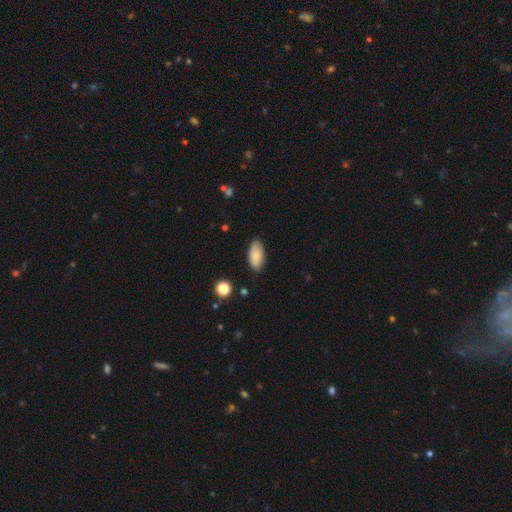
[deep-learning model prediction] smooth_or_featured: smooth (p=0.83) [alt: featured or disk p=0.10]
how_rounded: in between (p=0.93) [alt: cigar-shaped p=0.04]
merging: none (p=0.85) [alt: minor disturbance p=0.11]